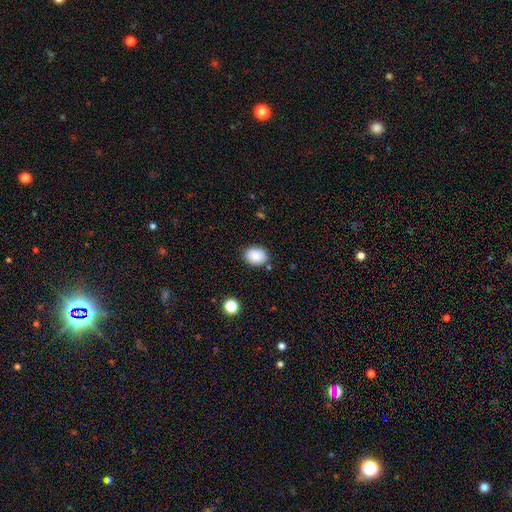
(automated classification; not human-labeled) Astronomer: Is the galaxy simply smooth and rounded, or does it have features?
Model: smooth — 87%.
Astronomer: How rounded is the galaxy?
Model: in between — 70%.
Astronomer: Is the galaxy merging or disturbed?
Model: none — 83%.